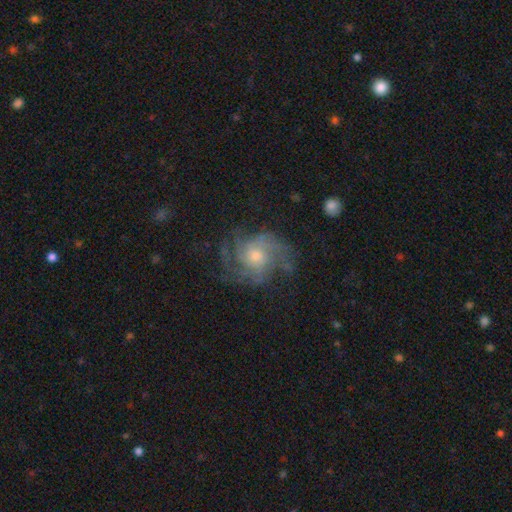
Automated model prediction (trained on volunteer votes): This is clearly a featured or disk galaxy (81%). It is clearly not viewed edge-on (97%). Bar: likely no (75%). Spiral arm pattern: clearly yes (94%). Spiral arm count: marginally can't tell (26%). Spiral winding: marginally medium (43%). Central bulge: possibly moderate (50%). Merging: likely none (66%).